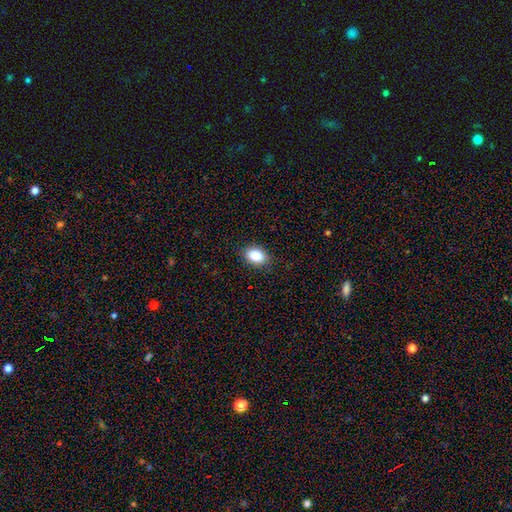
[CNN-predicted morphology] Smooth or featured: smooth — 87% (star or artifact — 8%)
How rounded: in between — 85% (round — 13%)
Merging: none — 87% (minor disturbance — 10%)